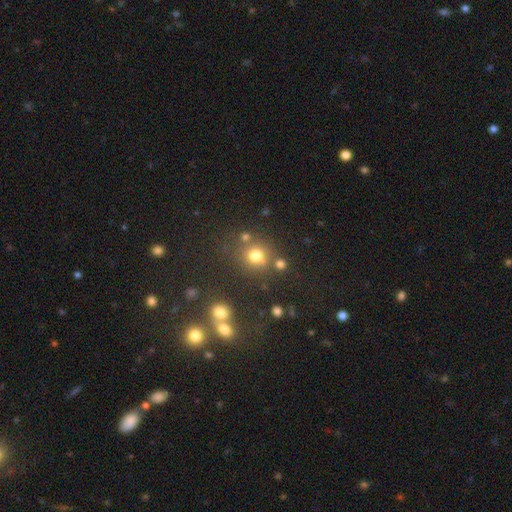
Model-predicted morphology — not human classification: The model was most divided on "merging": none: 70%, merger: 14%, minor disturbance: 11%, major disturbance: 5%. More confident: how rounded — round (87%); smooth or featured — smooth (74%).